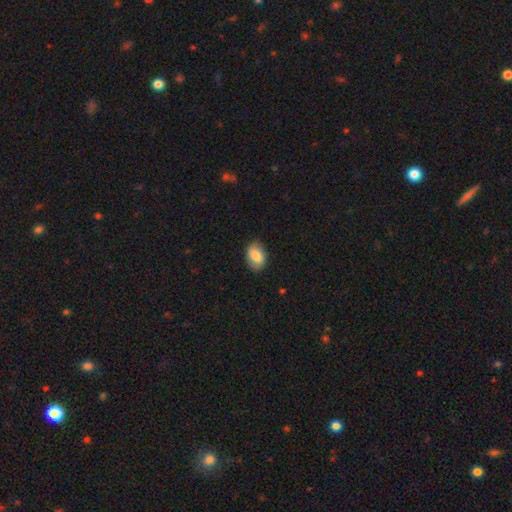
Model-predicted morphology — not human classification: A smooth galaxy with no disk features (82%) that is in between round and cigar-shaped (87%). Merging: none (83%).